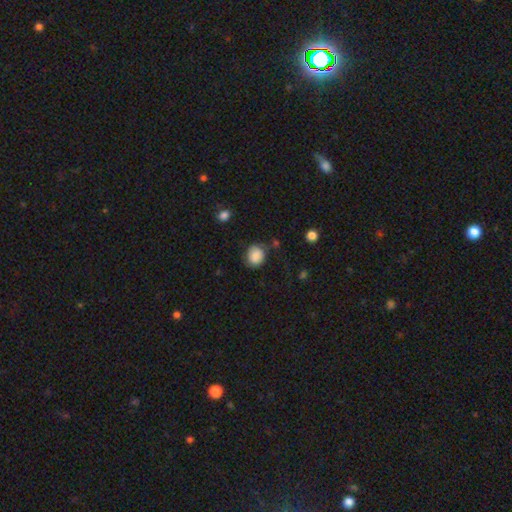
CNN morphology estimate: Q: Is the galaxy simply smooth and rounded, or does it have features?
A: smooth — 84%.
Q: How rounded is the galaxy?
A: round — 62%.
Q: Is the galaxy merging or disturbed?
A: none — 68%.